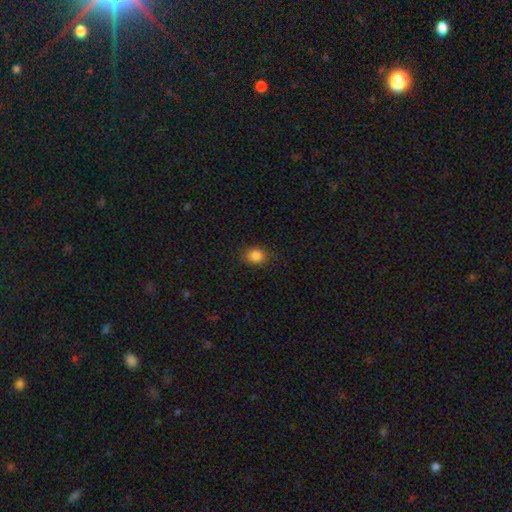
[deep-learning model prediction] smooth-or-featured: smooth: 85% | star or artifact: 11% | featured or disk: 4%
  how-rounded: round: 61% | in between: 38% | cigar-shaped: 1%
  merging: none: 87% | minor disturbance: 10% | major disturbance: 3% | merger: 1%